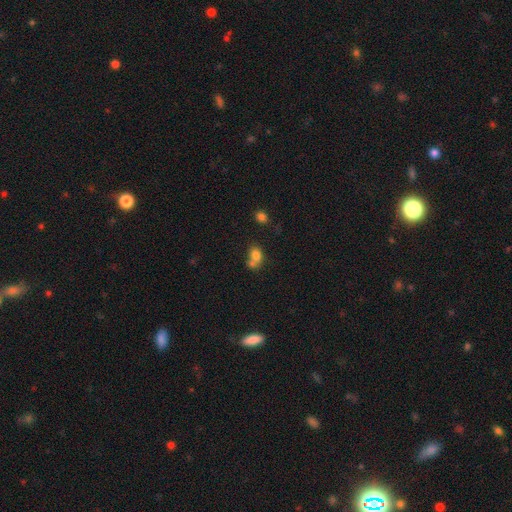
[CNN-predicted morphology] A smooth galaxy with no disk features (76%) that is round (52%).

Vote fractions:
- Smooth or featured? smooth: 76% / featured or disk: 12% / star or artifact: 12%
- How rounded? round: 52% / in between: 47% / cigar-shaped: 1%
- Merging? merger: 53% / none: 33% / minor disturbance: 10% / major disturbance: 5%